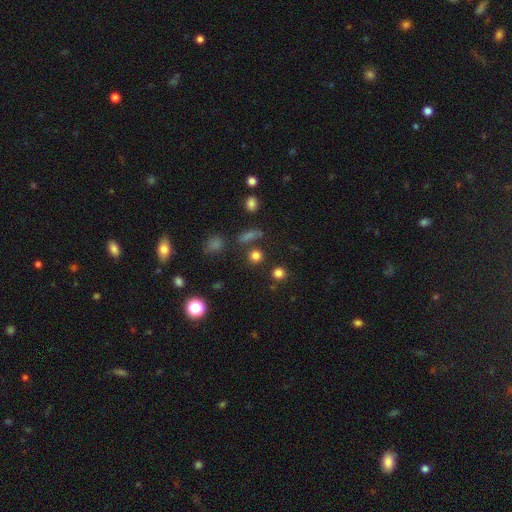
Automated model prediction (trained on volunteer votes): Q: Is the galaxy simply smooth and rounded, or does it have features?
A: smooth — 78%.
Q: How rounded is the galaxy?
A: round — 87%.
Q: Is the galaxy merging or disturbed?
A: none — 80%.